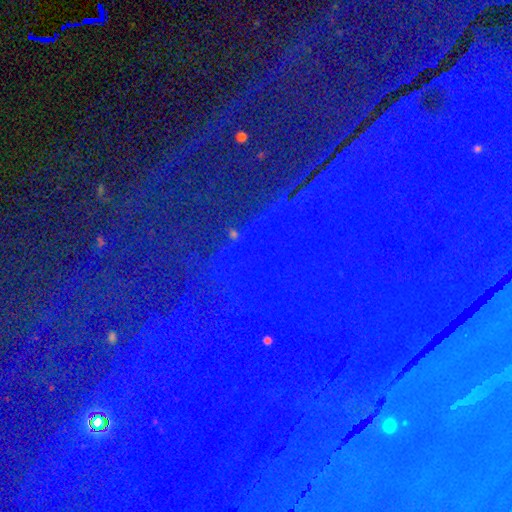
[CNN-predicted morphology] This appears to be a star or artifact, not a galaxy (85%).